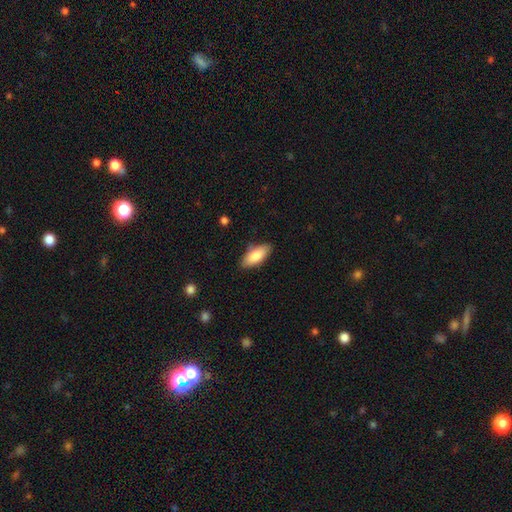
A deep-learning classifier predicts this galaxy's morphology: Smooth or featured? smooth (83%)
How rounded? in between (80%)
Merging? none (82%)